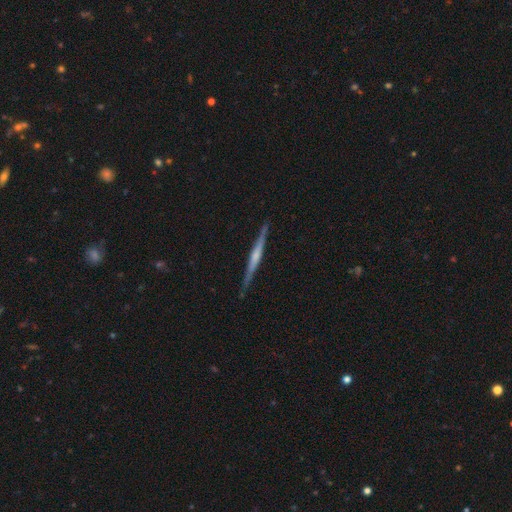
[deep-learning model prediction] Q: Smooth or featured?
A: featured or disk (68%); runner-up: smooth (26%)
Q: Edge-on disk?
A: yes (98%); runner-up: no (2%)
Q: Edge-on bulge?
A: rounded (42%); runner-up: none (35%)
Q: Merging?
A: none (88%); runner-up: minor disturbance (9%)